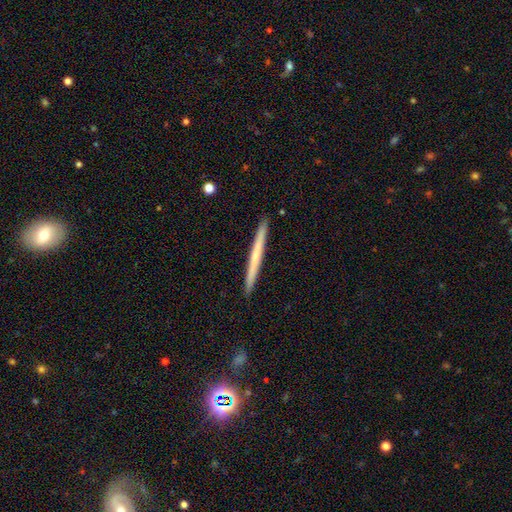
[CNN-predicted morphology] Q: Smooth or featured?
A: smooth (48%); runner-up: featured or disk (46%)
Q: Merging?
A: none (93%); runner-up: minor disturbance (5%)